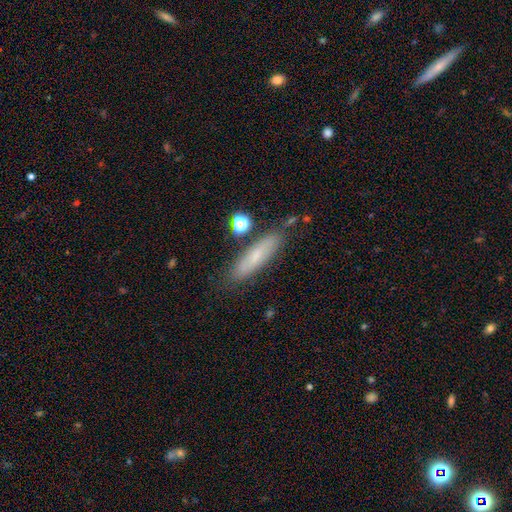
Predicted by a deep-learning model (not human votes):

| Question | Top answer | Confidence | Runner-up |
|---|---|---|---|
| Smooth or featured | smooth | 65% | featured or disk (27%) |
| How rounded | cigar-shaped | 72% | in between (26%) |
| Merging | none | 78% | minor disturbance (14%) |